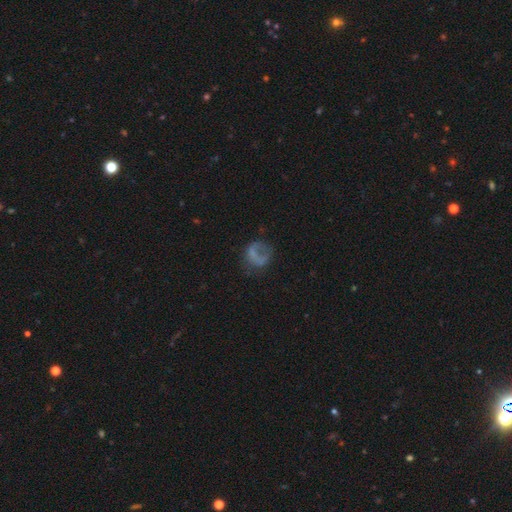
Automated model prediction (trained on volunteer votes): Smooth or featured?
  - smooth: 50% *
  - featured or disk: 34%
  - star or artifact: 16%
How rounded?
  - round: 67% *
  - in between: 31%
  - cigar-shaped: 2%
Merging?
  - none: 41% *
  - major disturbance: 35%
  - minor disturbance: 21%
  - merger: 3%